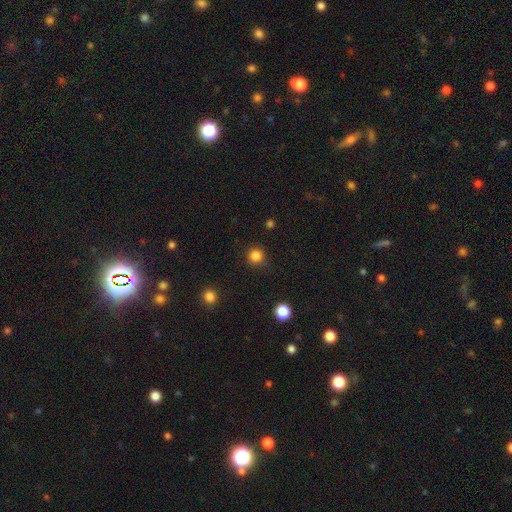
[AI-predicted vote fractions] smooth 84%, star or artifact 13%, featured or disk 3%. Down the decision tree: how rounded — round (95%); merging — none (88%).